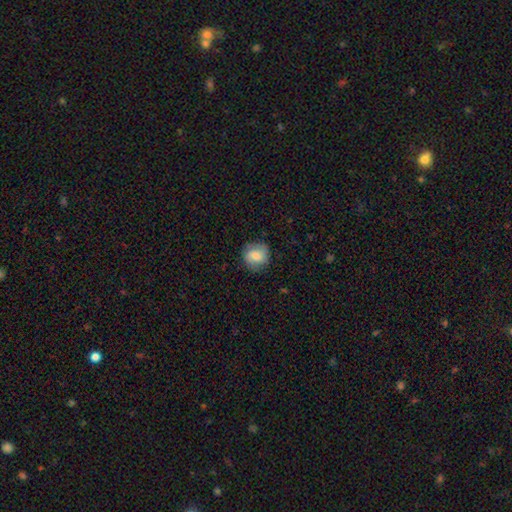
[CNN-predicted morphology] Smooth or featured?
  - smooth: 71% *
  - featured or disk: 21%
  - star or artifact: 8%
How rounded?
  - round: 82% *
  - in between: 17%
  - cigar-shaped: 1%
Merging?
  - none: 77% *
  - minor disturbance: 17%
  - major disturbance: 5%
  - merger: 1%